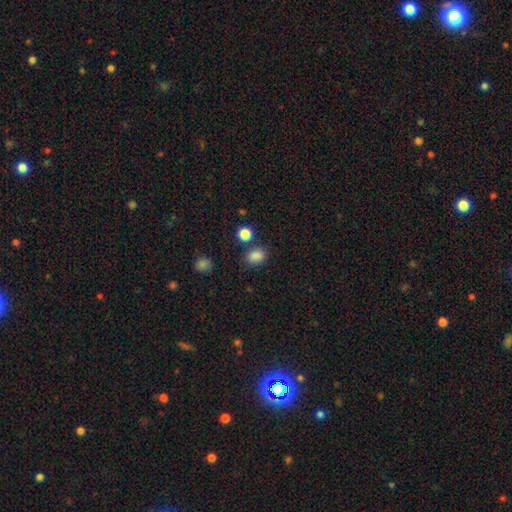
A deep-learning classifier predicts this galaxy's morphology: This is clearly a smooth galaxy (82%). How rounded: likely in between (65%). Merging: likely none (73%).